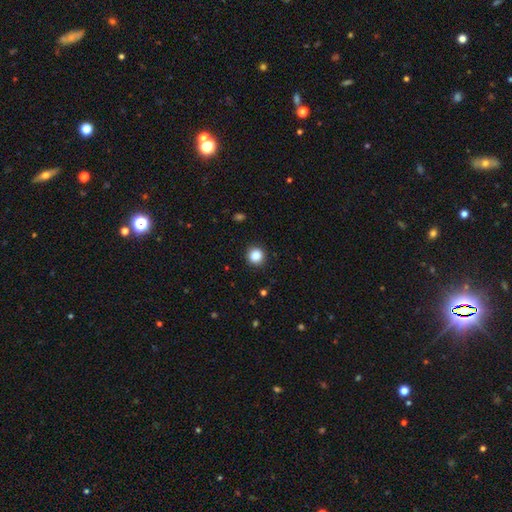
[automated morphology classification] A smooth galaxy with no disk features (87%) that is round (93%). Merging: none (90%).